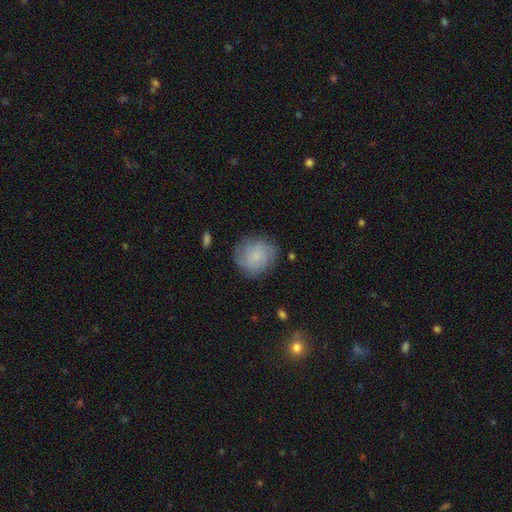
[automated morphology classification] This appears to be a smooth galaxy with no disk features (49%). Merging: none (76%).